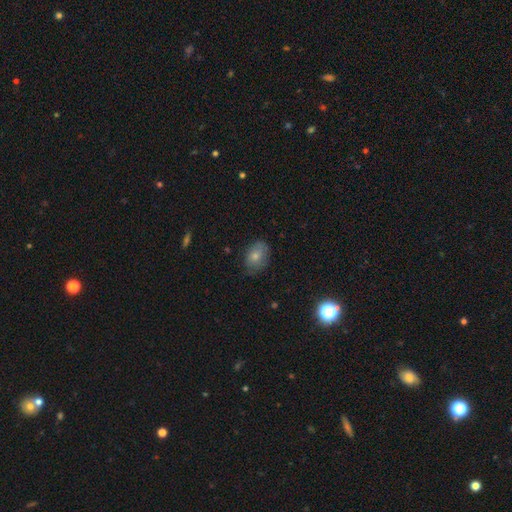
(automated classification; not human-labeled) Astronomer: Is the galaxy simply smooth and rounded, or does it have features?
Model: smooth — 74%.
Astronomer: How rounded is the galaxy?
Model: in between — 74%.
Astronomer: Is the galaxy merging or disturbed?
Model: none — 68%.